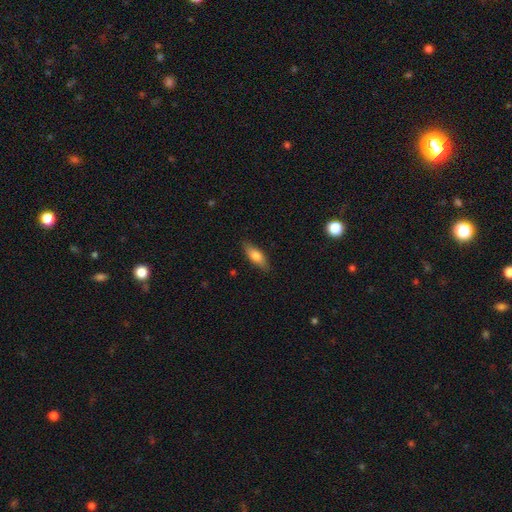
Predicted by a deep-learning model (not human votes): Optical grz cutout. It shows a smooth galaxy with no disk features (74%) that is in between round and cigar-shaped (65%). Merging: none (85%).